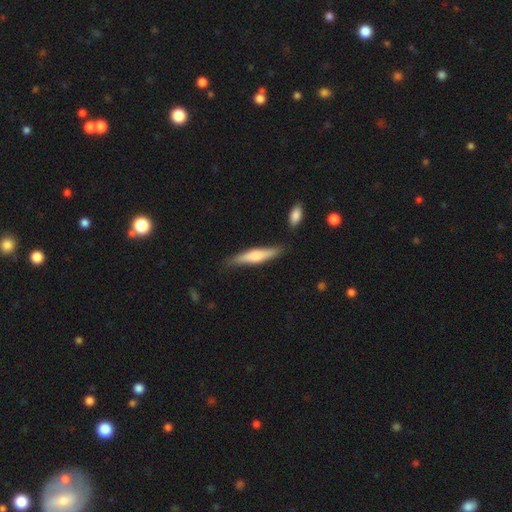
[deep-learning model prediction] Morphology: type=smooth (55%); roundness=cigar-shaped (85%); merging=none (79%).